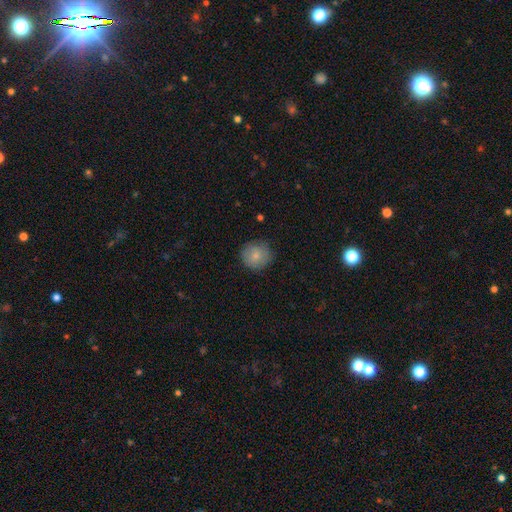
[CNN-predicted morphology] A smooth galaxy with no disk features (81%) that is round (91%).

Vote fractions:
- Smooth or featured? smooth: 81% / featured or disk: 11% / star or artifact: 8%
- How rounded? round: 91% / in between: 8% / cigar-shaped: 1%
- Merging? none: 80% / minor disturbance: 15% / major disturbance: 3% / merger: 1%